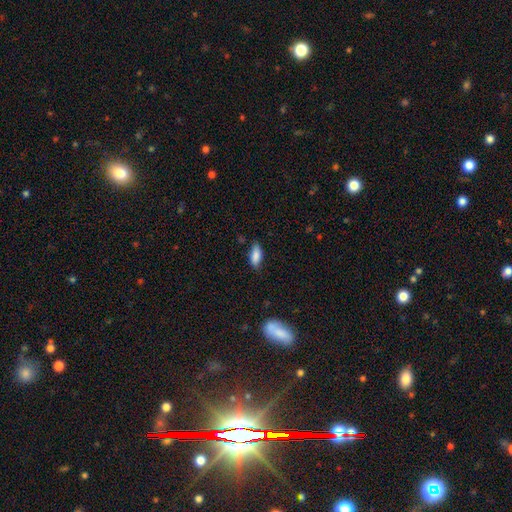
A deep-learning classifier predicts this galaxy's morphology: A smooth galaxy with no disk features (85%) that is in between round and cigar-shaped (79%). Merging: none (75%).